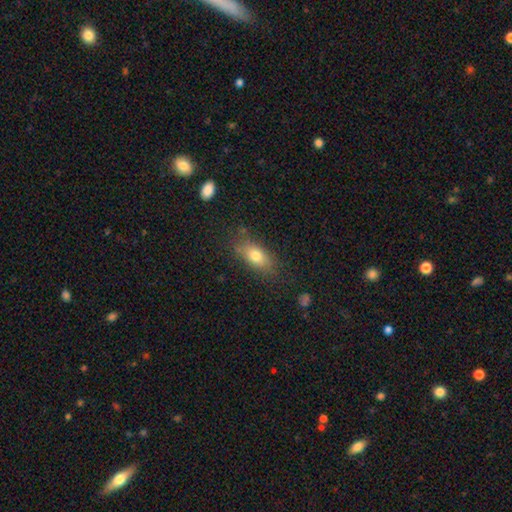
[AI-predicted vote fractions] Smooth or featured: smooth — 76% (featured or disk — 15%)
How rounded: in between — 80% (cigar-shaped — 13%)
Merging: none — 76% (minor disturbance — 17%)